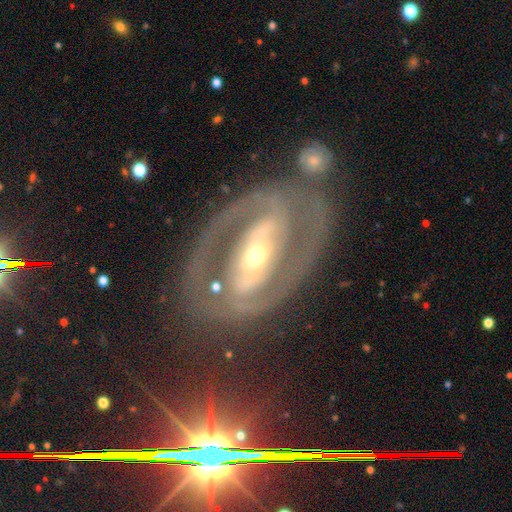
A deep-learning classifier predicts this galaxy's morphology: type=featured or disk (87%); edge-on=no (96%); bar=strong (53%); spiral arms=yes (85%); winding=tight (48%); arm count=2 (84%); bulge=small (52%); merging=none (71%).